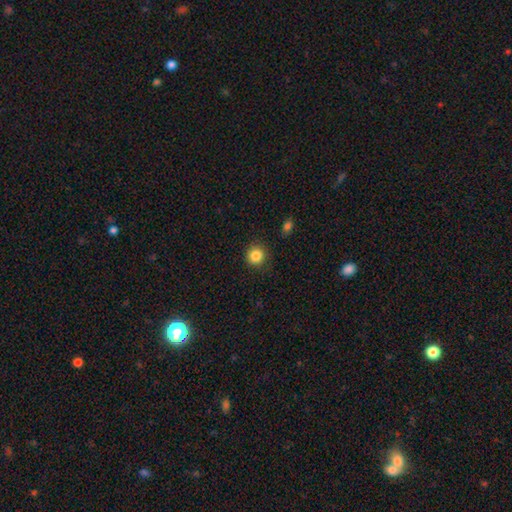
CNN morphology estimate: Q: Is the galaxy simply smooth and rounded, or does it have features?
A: smooth — 85%.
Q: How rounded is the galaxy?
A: round — 92%.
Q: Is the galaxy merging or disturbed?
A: none — 89%.